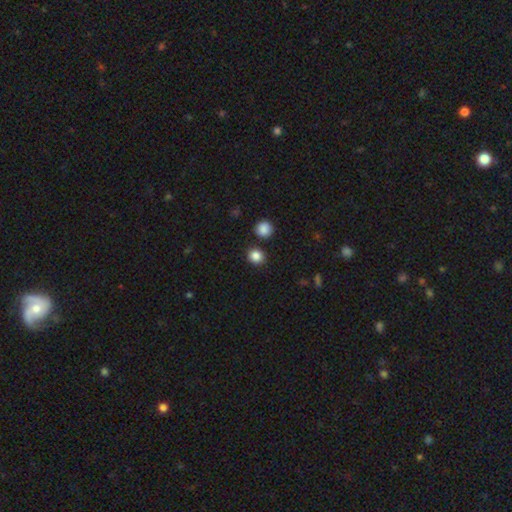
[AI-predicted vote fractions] Smooth or featured?
  - smooth: 85% *
  - star or artifact: 11%
  - featured or disk: 4%
How rounded?
  - round: 81% *
  - in between: 18%
  - cigar-shaped: 1%
Merging?
  - none: 86% *
  - minor disturbance: 7%
  - merger: 5%
  - major disturbance: 2%